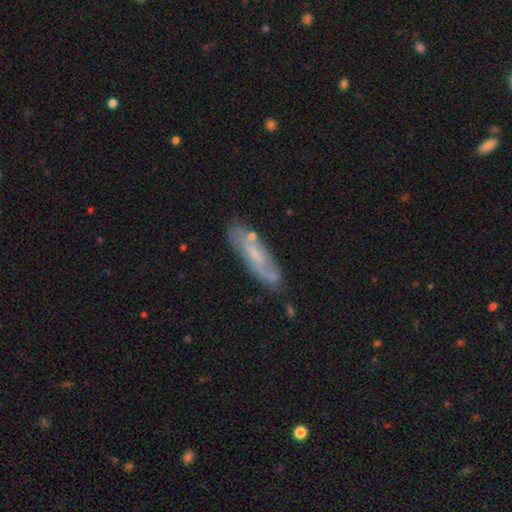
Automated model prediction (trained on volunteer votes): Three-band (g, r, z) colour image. It shows a featured or disk galaxy (55%). Merging: none (73%).